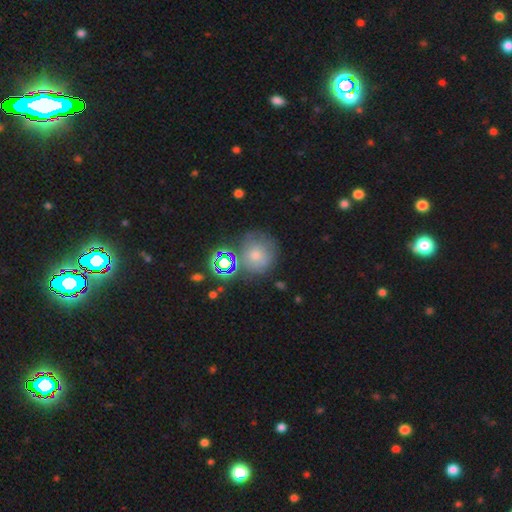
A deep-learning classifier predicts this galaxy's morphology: Smooth or featured?
  - smooth: 53% *
  - featured or disk: 25%
  - star or artifact: 22%
How rounded?
  - round: 88% *
  - in between: 11%
  - cigar-shaped: 1%
Merging?
  - none: 60% *
  - minor disturbance: 19%
  - merger: 11%
  - major disturbance: 10%